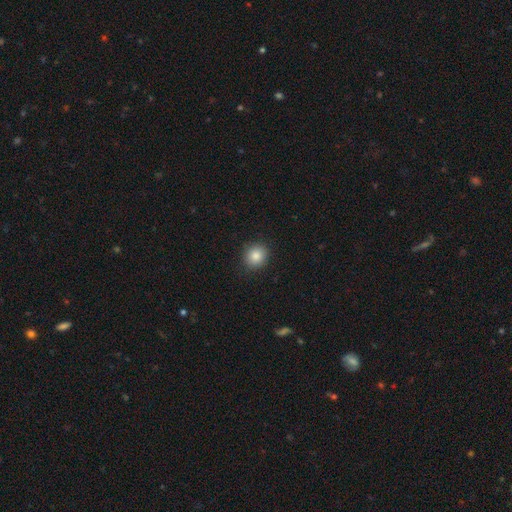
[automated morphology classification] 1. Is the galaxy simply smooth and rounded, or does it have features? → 85% smooth, 10% star or artifact, 5% featured or disk.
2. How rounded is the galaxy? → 76% round, 23% in between, 1% cigar-shaped.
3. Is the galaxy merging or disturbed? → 90% none, 7% minor disturbance, 2% major disturbance, 1% merger.